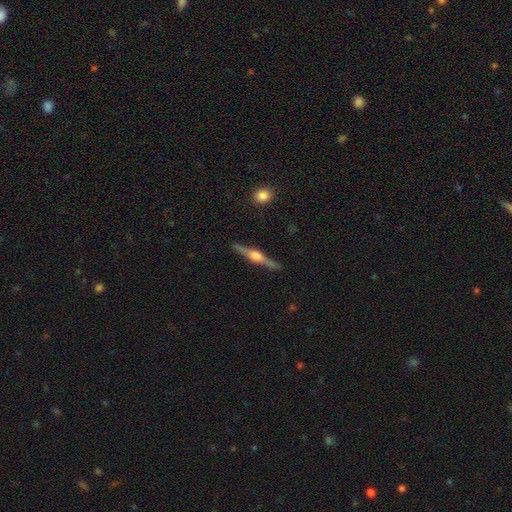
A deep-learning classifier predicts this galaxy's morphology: Smooth or featured: featured or disk — 82% (smooth — 13%)
Edge-on disk: yes — 98% (no — 2%)
Edge-on bulge: rounded — 88% (boxy — 10%)
Merging: none — 89% (minor disturbance — 8%)